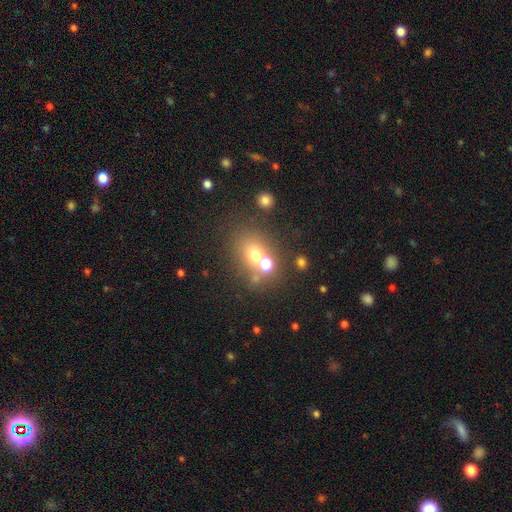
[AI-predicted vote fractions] Smooth or featured: smooth — 64% (star or artifact — 18%)
How rounded: round — 64% (in between — 35%)
Merging: none — 45% (merger — 39%)